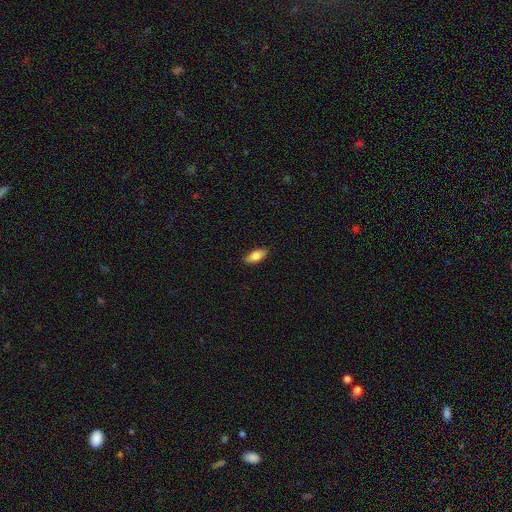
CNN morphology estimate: A smooth galaxy with no disk features (85%) that is in between round and cigar-shaped (90%).

Vote fractions:
- Smooth or featured? smooth: 85% / featured or disk: 9% / star or artifact: 6%
- How rounded? in between: 90% / cigar-shaped: 8% / round: 2%
- Merging? none: 88% / minor disturbance: 9% / major disturbance: 2% / merger: 1%